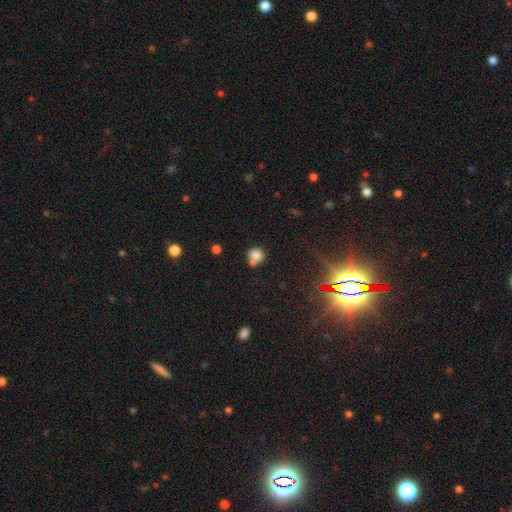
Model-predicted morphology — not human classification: type=smooth (80%); roundness=round (84%); merging=none (52%).